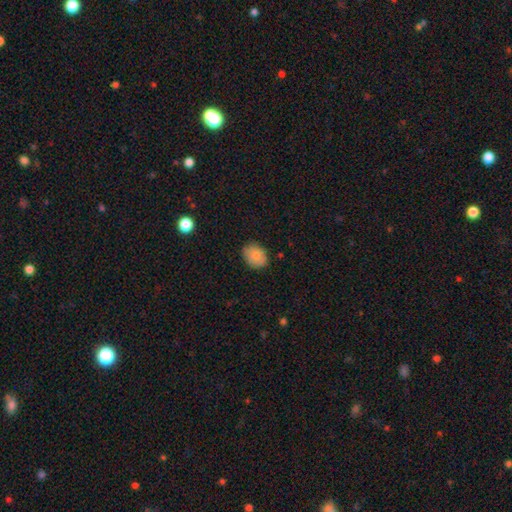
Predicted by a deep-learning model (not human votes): Smooth or featured? Predicted: smooth (p=0.86). How rounded? Predicted: in between (p=0.65). Merging? Predicted: none (p=0.84).